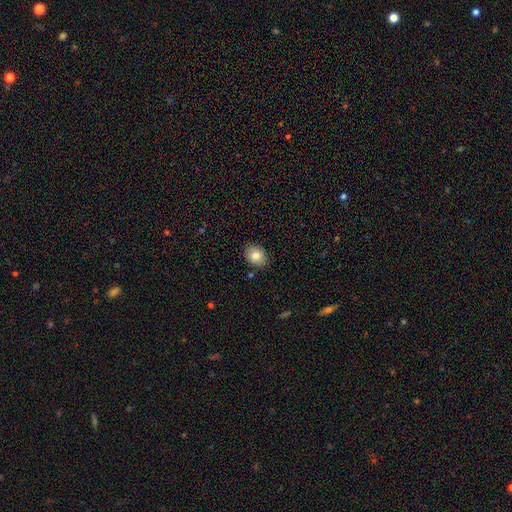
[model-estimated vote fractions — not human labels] smooth-or-featured: smooth: 81% | featured or disk: 10% | star or artifact: 9%
  how-rounded: in between: 53% | round: 47% | cigar-shaped: 1%
  merging: none: 87% | minor disturbance: 9% | major disturbance: 2% | merger: 2%